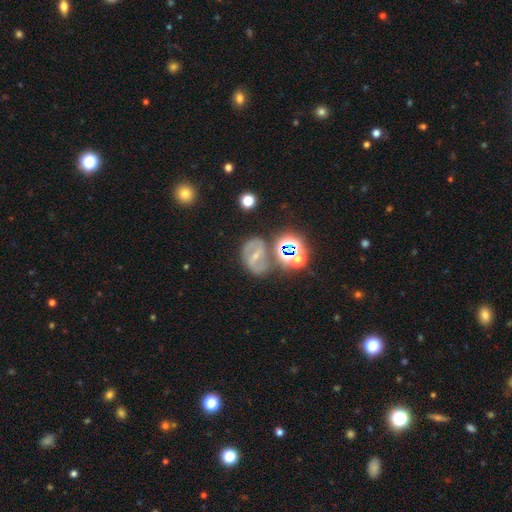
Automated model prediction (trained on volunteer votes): Smooth or featured?
  - featured or disk: 62% *
  - star or artifact: 19%
  - smooth: 19%
Edge-on disk?
  - no: 96% *
  - yes: 4%
Bar?
  - strong: 52% *
  - weak: 33%
  - no: 15%
Spiral arms?
  - yes: 76% *
  - no: 24%
Bulge size?
  - small: 63% *
  - moderate: 30%
  - none: 3%
  - large: 2%
  - dominant: 1%
Merging?
  - none: 66% *
  - minor disturbance: 16%
  - merger: 10%
  - major disturbance: 7%